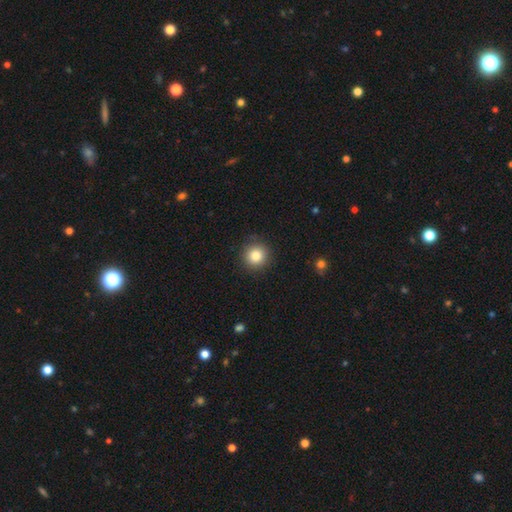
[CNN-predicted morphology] type=smooth (84%); roundness=round (94%); merging=none (91%).